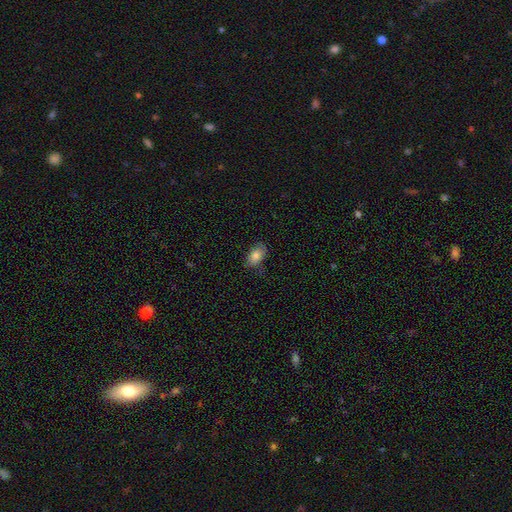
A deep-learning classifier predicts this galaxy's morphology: This is clearly a smooth galaxy (83%). How rounded: clearly in between (91%). Merging: likely none (73%).